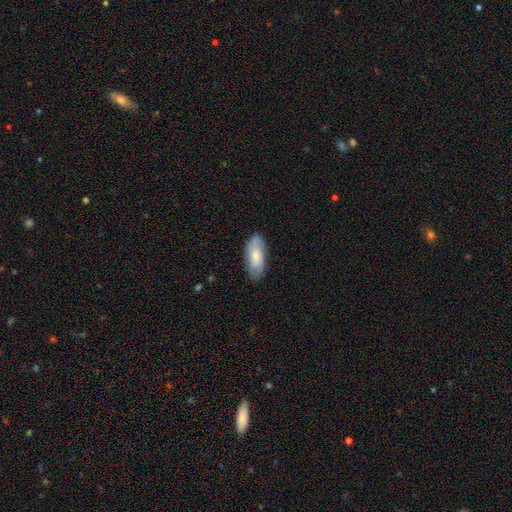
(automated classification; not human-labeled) Smooth or featured? smooth (68%)
How rounded? in between (81%)
Merging? none (80%)